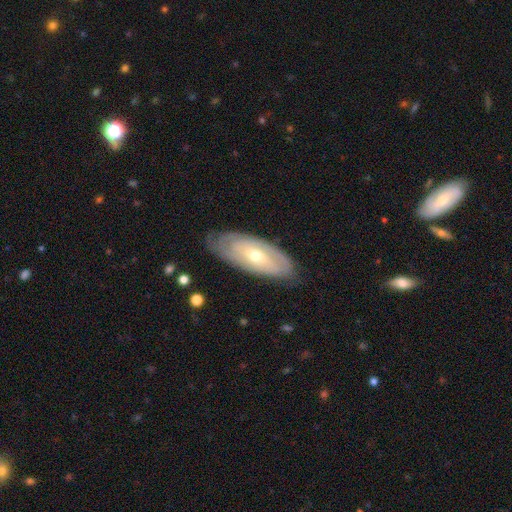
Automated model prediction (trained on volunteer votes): The model was most divided on "bulge size": moderate: 51%, small: 45%, large: 2%, none: 1%, dominant: 1%. More confident: edge-on disk — no (87%); merging — none (77%); spiral arms — yes (77%); smooth or featured — featured or disk (68%); bar — no (63%).